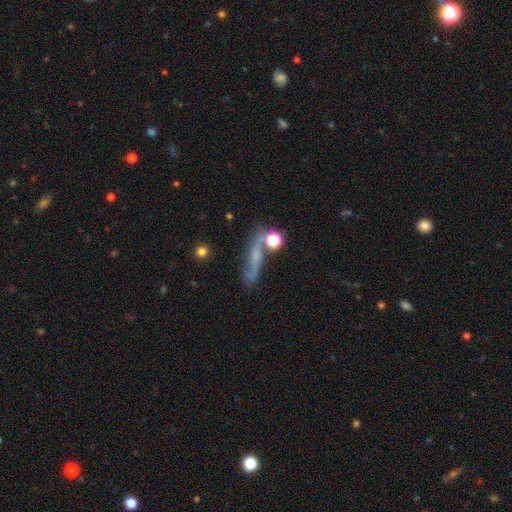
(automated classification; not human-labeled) Morphology: type=featured or disk (46%); merging=none (54%).